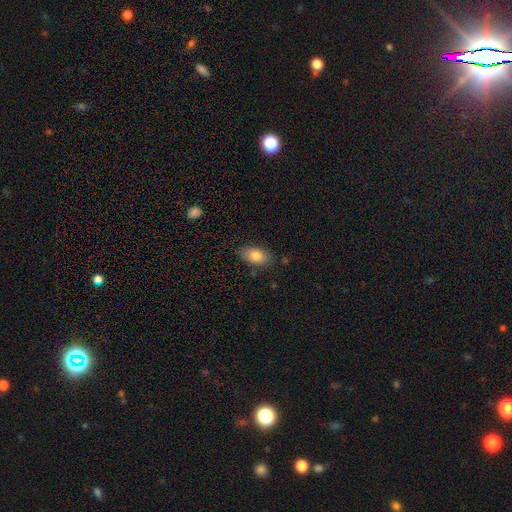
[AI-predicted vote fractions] Smooth or featured? Predicted: smooth (p=0.82). How rounded? Predicted: in between (p=0.90). Merging? Predicted: none (p=0.81).